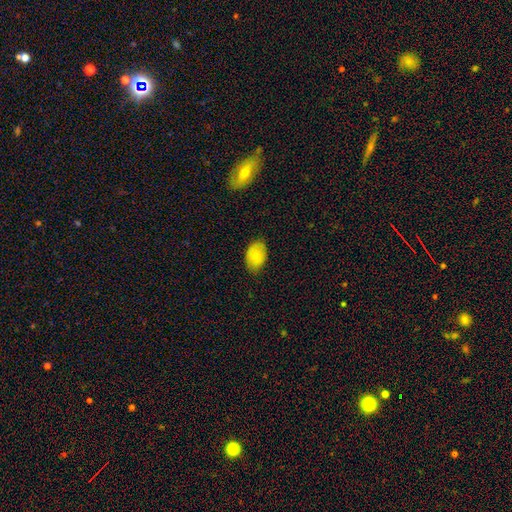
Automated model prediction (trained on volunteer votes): Q: Smooth or featured?
A: smooth (83%); runner-up: featured or disk (10%)
Q: How rounded?
A: in between (88%); runner-up: round (11%)
Q: Merging?
A: none (79%); runner-up: minor disturbance (17%)